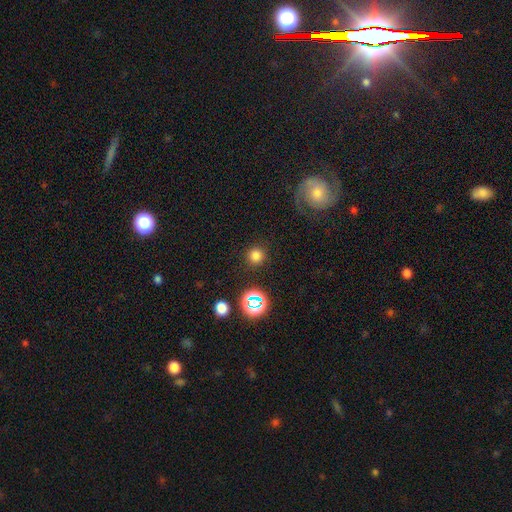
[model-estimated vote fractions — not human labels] A smooth galaxy with no disk features (76%) that is round (94%). Merging: none (88%).